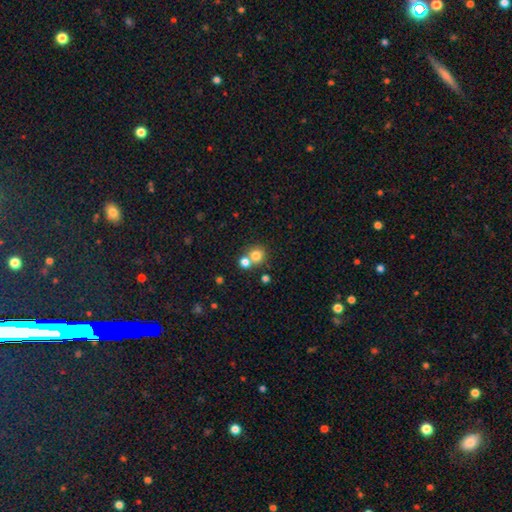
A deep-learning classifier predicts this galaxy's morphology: This appears to be a smooth galaxy with no disk features (77%) that is round (88%). Merging: none (52%).